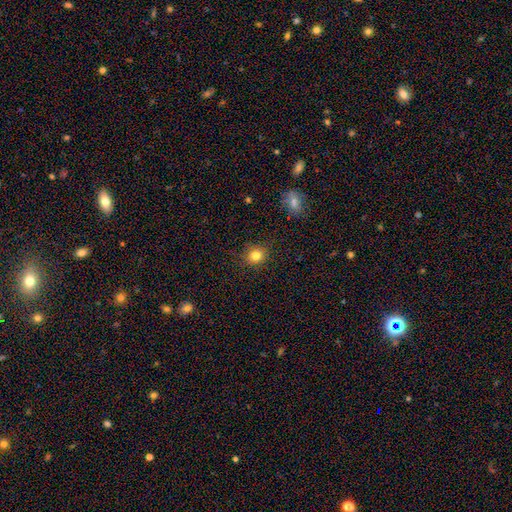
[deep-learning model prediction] Q: Smooth or featured?
A: smooth (82%); runner-up: star or artifact (12%)
Q: How rounded?
A: round (84%); runner-up: in between (15%)
Q: Merging?
A: none (88%); runner-up: minor disturbance (8%)